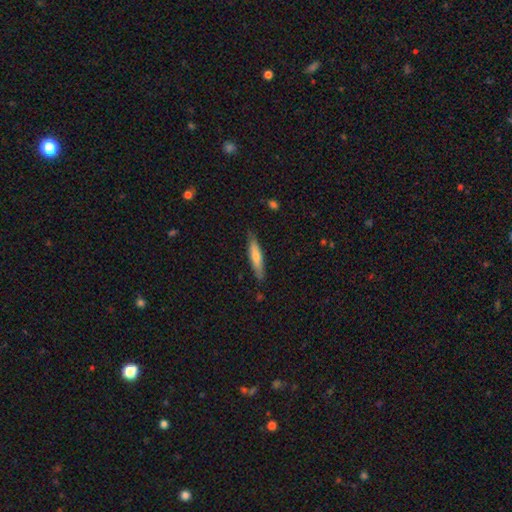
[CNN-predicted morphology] The model was most divided on "smooth or featured": smooth: 55%, featured or disk: 39%, star or artifact: 6%. More confident: how rounded — cigar-shaped (91%); merging — none (87%).